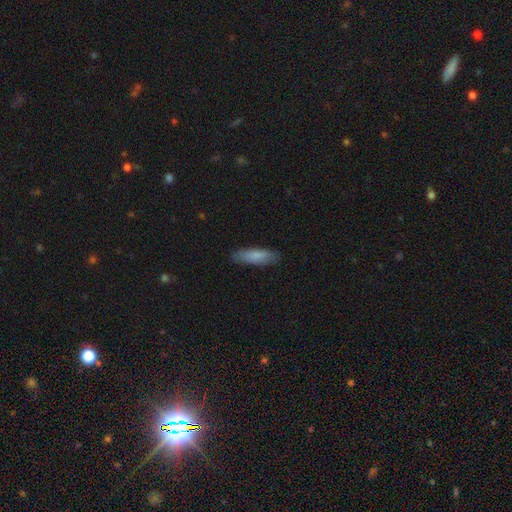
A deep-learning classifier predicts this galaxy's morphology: This appears to be a smooth galaxy with no disk features (82%) that is cigar-shaped (57%). Merging: none (85%).